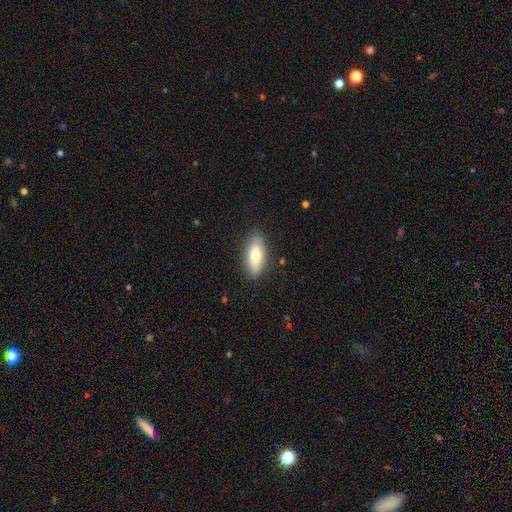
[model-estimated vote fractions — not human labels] smooth_or_featured: smooth (p=0.71) [alt: featured or disk p=0.22]
how_rounded: in between (p=0.81) [alt: cigar-shaped p=0.16]
merging: none (p=0.85) [alt: minor disturbance p=0.11]